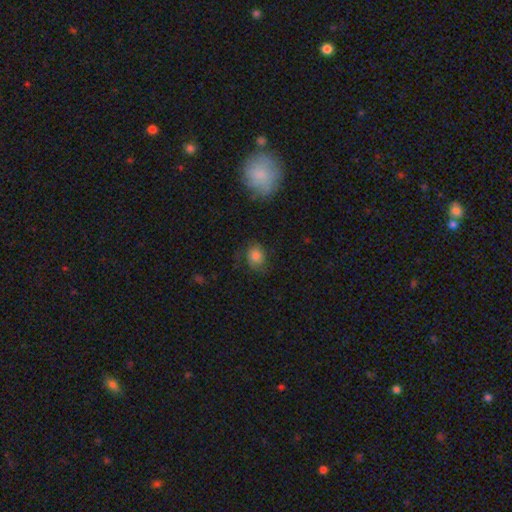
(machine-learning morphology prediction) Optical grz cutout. It shows a smooth galaxy with no disk features (66%) that is round (63%). Merging: none (62%).